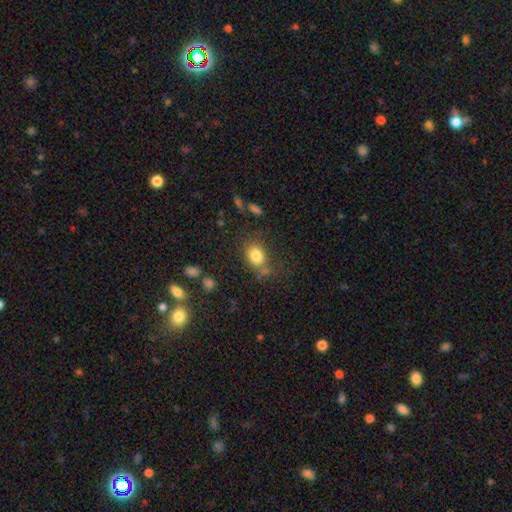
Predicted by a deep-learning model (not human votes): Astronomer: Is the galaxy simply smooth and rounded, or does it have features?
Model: smooth — 81%.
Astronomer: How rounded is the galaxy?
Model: in between — 52% (runner-up: round, 47%).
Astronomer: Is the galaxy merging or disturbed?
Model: none — 66%.